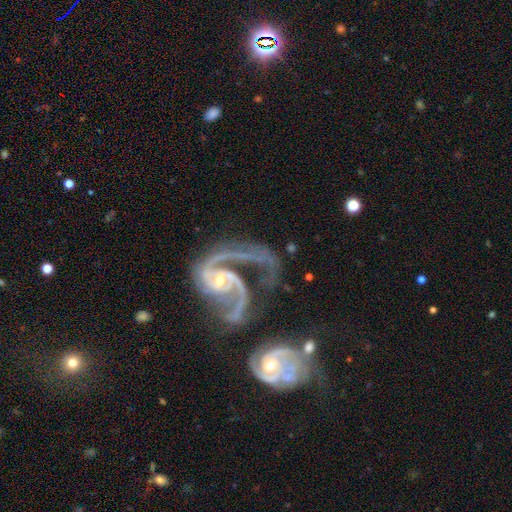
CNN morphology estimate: This is clearly a featured or disk galaxy (90%). It is clearly not viewed edge-on (98%). Bar: possibly no (51%). Spiral arm pattern: clearly yes (97%). Spiral arm count: likely 2 (73%). Spiral winding: possibly medium (50%). Central bulge: likely small (67%). Merging: marginally merger (37%).